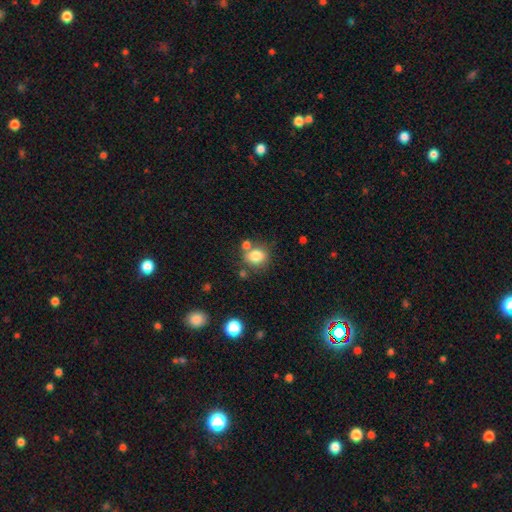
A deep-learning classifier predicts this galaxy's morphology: smooth_or_featured: smooth (p=0.81) [alt: star or artifact p=0.10]
how_rounded: round (p=0.63) [alt: in between p=0.36]
merging: none (p=0.62) [alt: merger p=0.19]